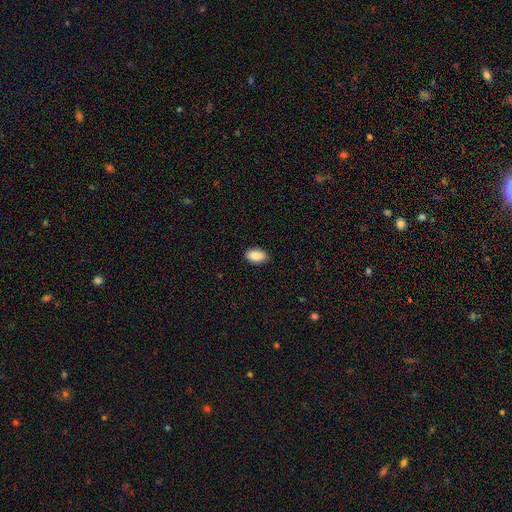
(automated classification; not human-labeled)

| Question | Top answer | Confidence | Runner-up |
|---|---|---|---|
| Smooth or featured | smooth | 90% | star or artifact (7%) |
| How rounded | in between | 93% | round (5%) |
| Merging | none | 88% | minor disturbance (9%) |